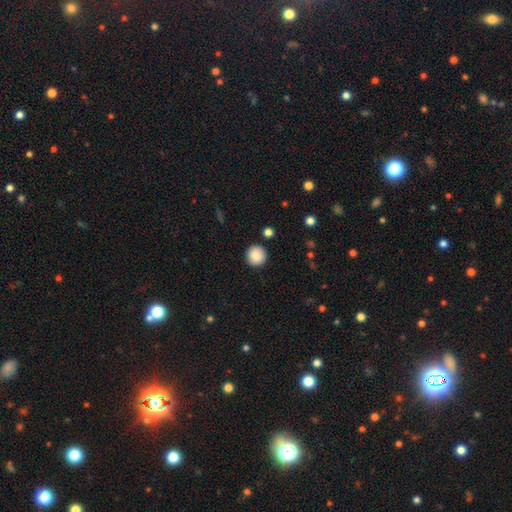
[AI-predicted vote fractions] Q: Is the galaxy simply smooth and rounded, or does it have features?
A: smooth — 87%.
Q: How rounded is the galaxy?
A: round — 95%.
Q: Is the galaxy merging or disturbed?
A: none — 91%.